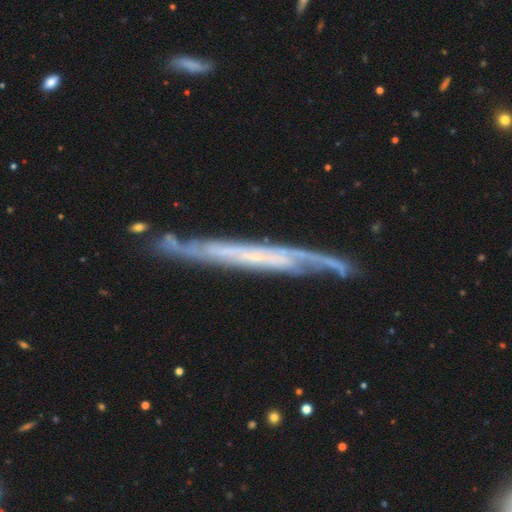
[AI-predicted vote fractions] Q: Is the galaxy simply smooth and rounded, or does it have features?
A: featured or disk — 76%.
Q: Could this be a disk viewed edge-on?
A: yes — 78%.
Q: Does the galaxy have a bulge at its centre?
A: none — 84%.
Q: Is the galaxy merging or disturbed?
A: none — 74%.